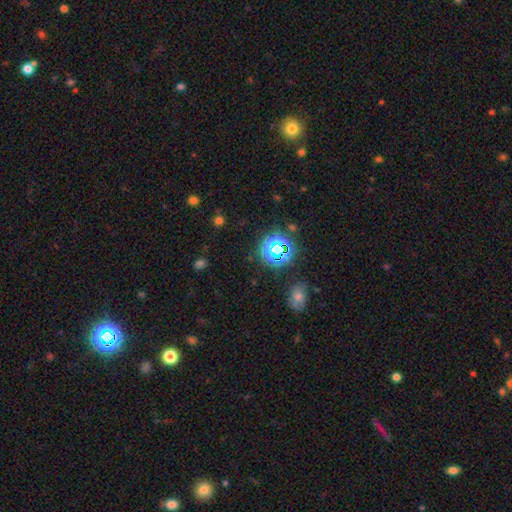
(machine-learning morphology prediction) smooth_or_featured: star or artifact (p=0.56) [alt: smooth p=0.36]